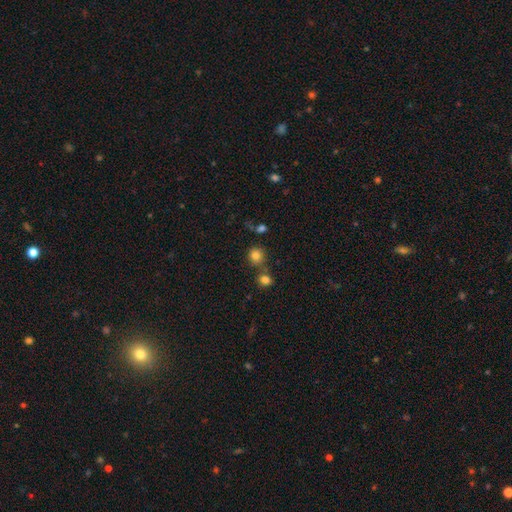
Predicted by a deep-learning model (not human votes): Morphology: type=smooth (81%); roundness=round (88%); merging=none (71%).